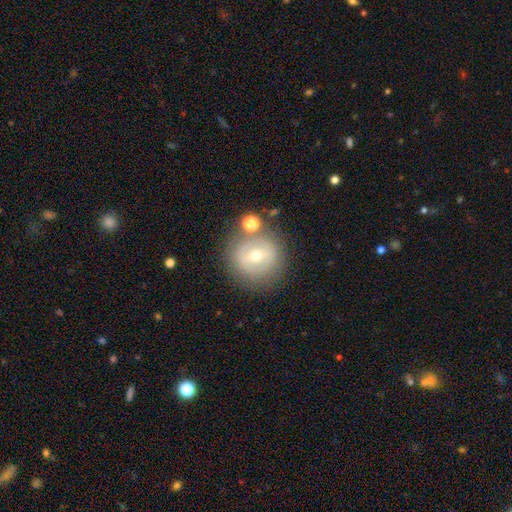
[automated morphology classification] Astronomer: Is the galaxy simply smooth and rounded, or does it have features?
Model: featured or disk — 47% (runner-up: smooth, 43%).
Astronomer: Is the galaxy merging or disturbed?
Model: none — 76%.